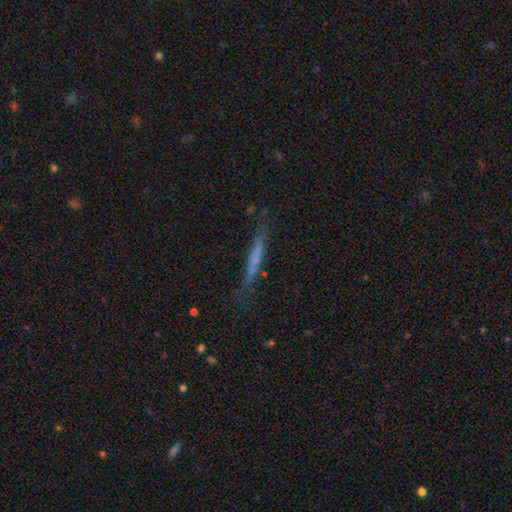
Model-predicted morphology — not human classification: Smooth or featured?
  - smooth: 50% *
  - featured or disk: 42%
  - star or artifact: 8%
Merging?
  - none: 72% *
  - minor disturbance: 19%
  - major disturbance: 6%
  - merger: 3%